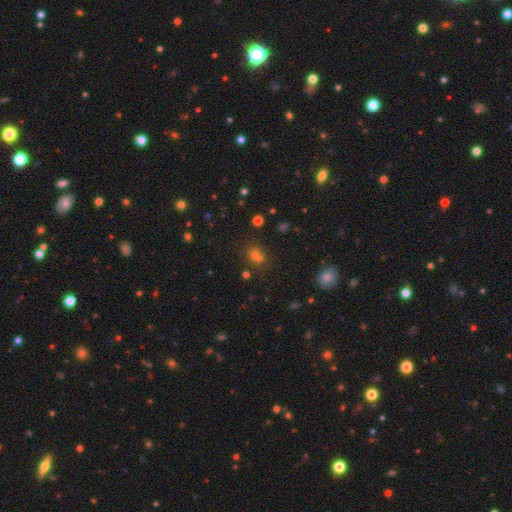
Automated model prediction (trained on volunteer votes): Smooth or featured?
  - smooth: 54% *
  - star or artifact: 36%
  - featured or disk: 10%
How rounded?
  - round: 74% *
  - in between: 25%
  - cigar-shaped: 1%
Merging?
  - none: 58% *
  - merger: 30%
  - minor disturbance: 8%
  - major disturbance: 3%